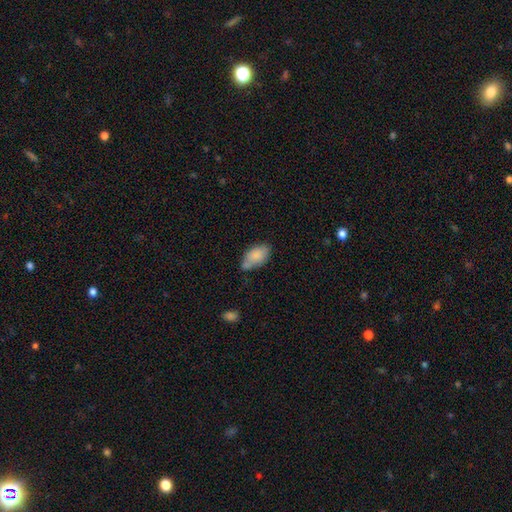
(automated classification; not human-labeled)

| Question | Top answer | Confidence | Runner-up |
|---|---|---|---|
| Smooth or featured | smooth | 82% | featured or disk (11%) |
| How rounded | in between | 93% | round (4%) |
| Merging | none | 51% | minor disturbance (32%) |